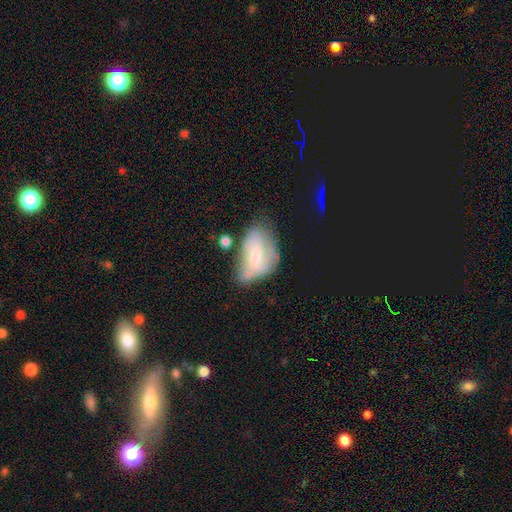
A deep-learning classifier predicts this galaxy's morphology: smooth_or_featured: smooth (p=0.52) [alt: featured or disk p=0.39]
how_rounded: in between (p=0.90) [alt: round p=0.08]
merging: minor disturbance (p=0.34) [alt: none p=0.31]